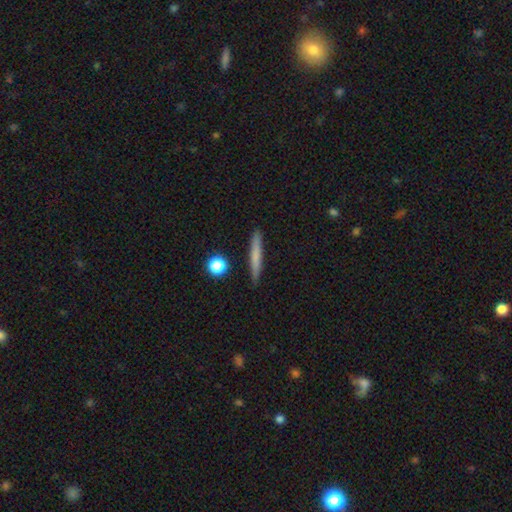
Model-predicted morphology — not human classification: This is likely a smooth galaxy (69%). How rounded: clearly cigar-shaped (95%). Merging: clearly none (90%).